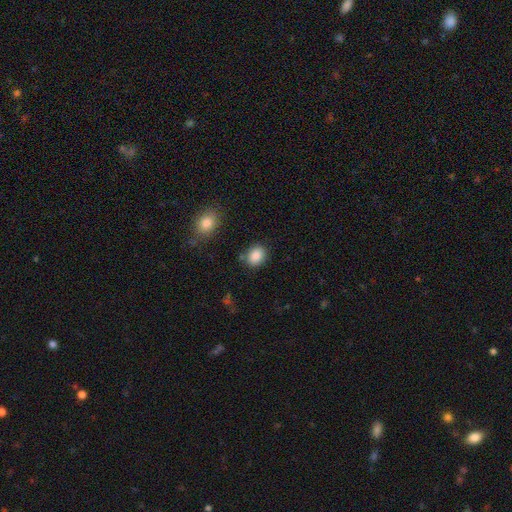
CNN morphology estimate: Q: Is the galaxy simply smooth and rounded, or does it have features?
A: smooth — 88%.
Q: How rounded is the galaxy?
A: in between — 53%.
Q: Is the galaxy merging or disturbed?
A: none — 80%.